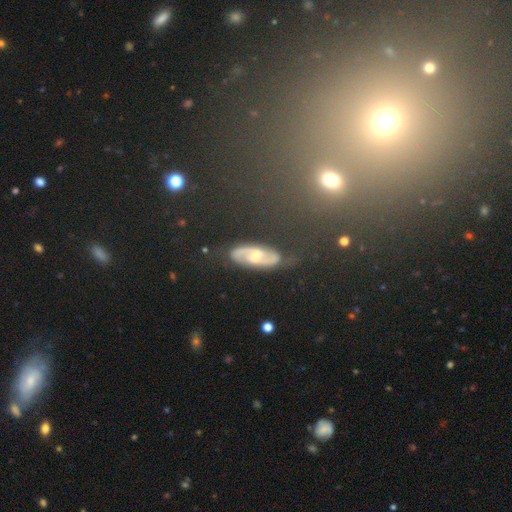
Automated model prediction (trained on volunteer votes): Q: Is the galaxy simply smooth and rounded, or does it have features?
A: featured or disk — 77%.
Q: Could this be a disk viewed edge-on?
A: no — 93%.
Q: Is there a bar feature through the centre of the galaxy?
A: weak — 47%.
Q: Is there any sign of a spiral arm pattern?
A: yes — 93%.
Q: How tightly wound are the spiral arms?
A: medium — 49%.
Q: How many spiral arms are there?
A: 2 — 90%.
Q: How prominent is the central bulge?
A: moderate — 49%.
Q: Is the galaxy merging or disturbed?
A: none — 76%.